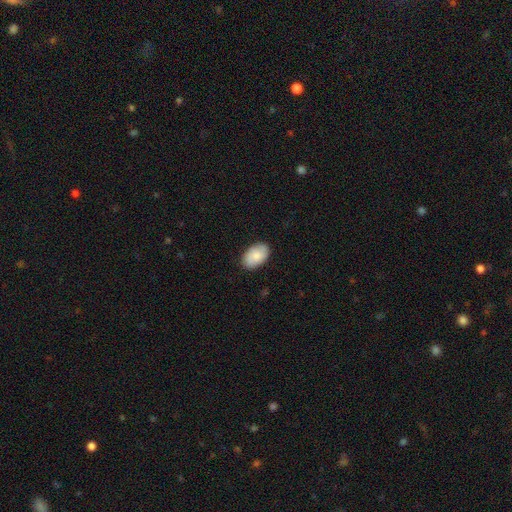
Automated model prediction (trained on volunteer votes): Morphology: type=smooth (80%); roundness=in between (92%); merging=none (85%).